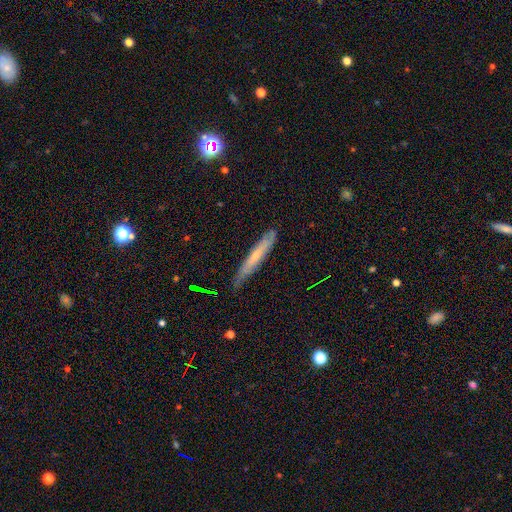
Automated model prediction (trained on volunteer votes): A featured or disk galaxy (53%) viewed edge-on (79%). Merging: none (73%).